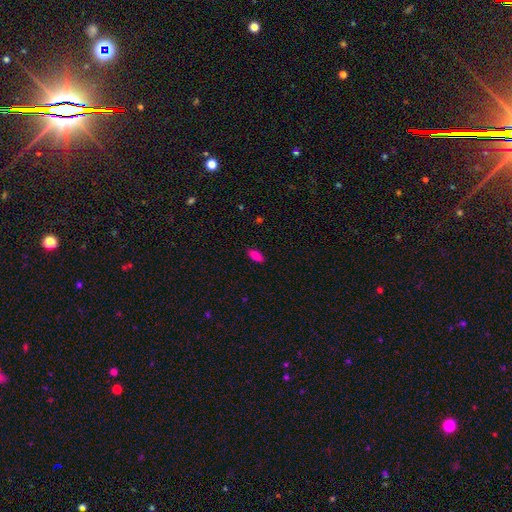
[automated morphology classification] smooth 84%, star or artifact 9%, featured or disk 6%. Down the decision tree: how rounded — in between (87%); merging — none (88%).